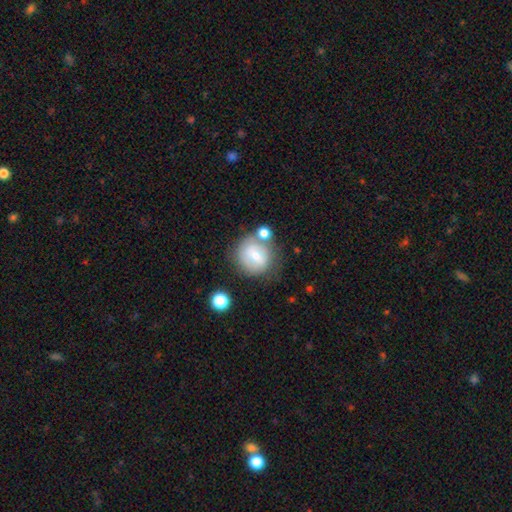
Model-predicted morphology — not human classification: This is likely a smooth galaxy (60%). How rounded: clearly round (86%). Merging: possibly none (58%).